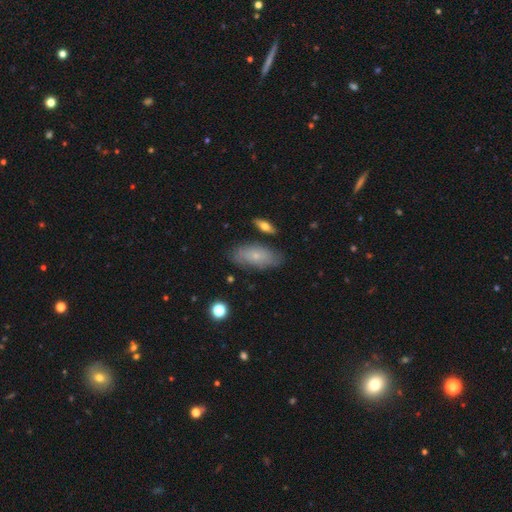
Morphology: type=smooth (76%); roundness=in between (86%); merging=none (81%).